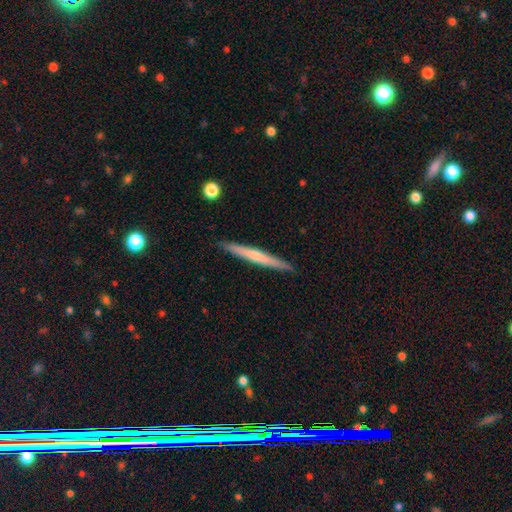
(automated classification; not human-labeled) featured or disk 49%, smooth 46%, star or artifact 5%. Down the decision tree: merging — none (92%).